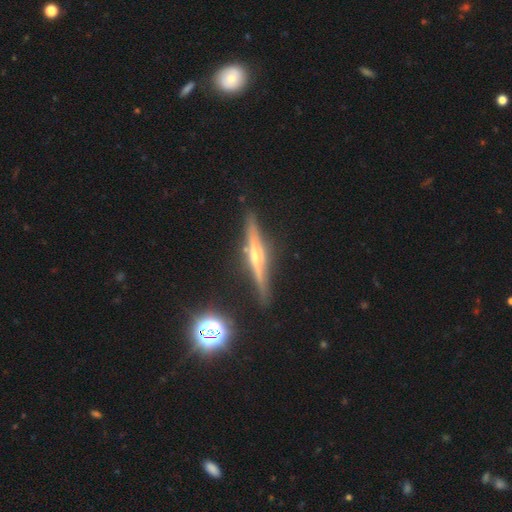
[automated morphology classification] Overall: featured or disk (77%). Edge-on disk: yes (97%). Edge-on bulge: rounded (79%). Merging: none (88%).